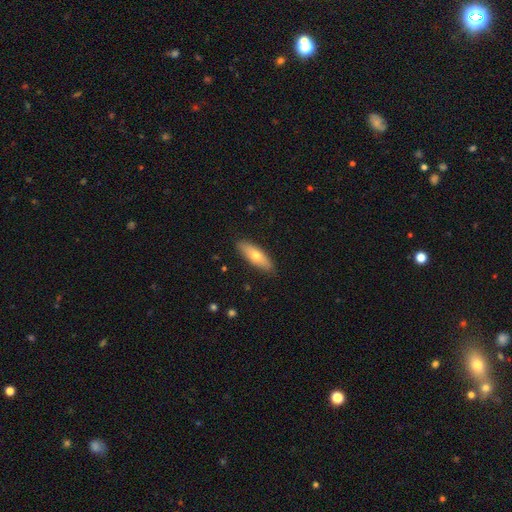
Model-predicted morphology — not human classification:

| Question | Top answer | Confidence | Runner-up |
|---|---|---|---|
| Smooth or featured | smooth | 65% | featured or disk (29%) |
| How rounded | in between | 53% | cigar-shaped (44%) |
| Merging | none | 88% | minor disturbance (9%) |